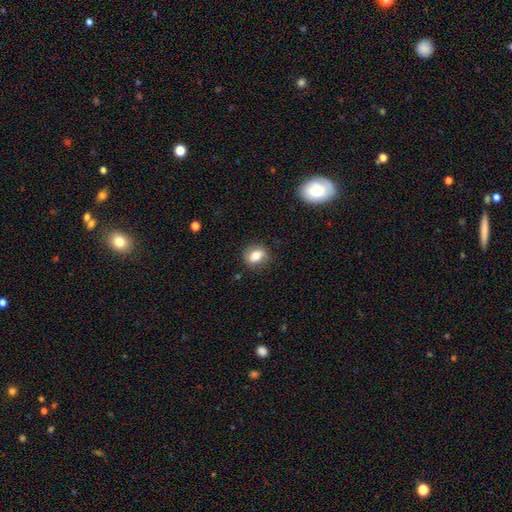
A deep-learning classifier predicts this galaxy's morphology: Smooth or featured? smooth (71%)
How rounded? in between (52%)
Merging? none (81%)